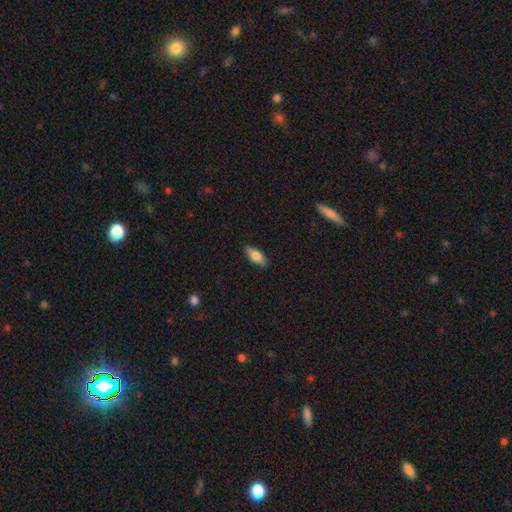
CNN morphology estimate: smooth 83%, featured or disk 11%, star or artifact 6%. Down the decision tree: how rounded — in between (82%); merging — none (87%).